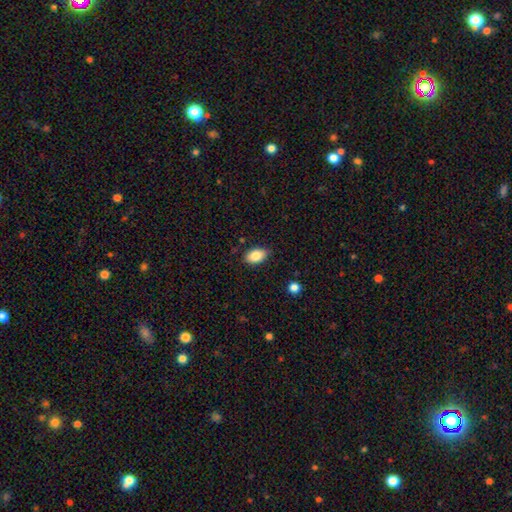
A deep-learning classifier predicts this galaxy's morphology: Smooth or featured? Predicted: smooth (p=0.84). How rounded? Predicted: in between (p=0.89). Merging? Predicted: none (p=0.82).